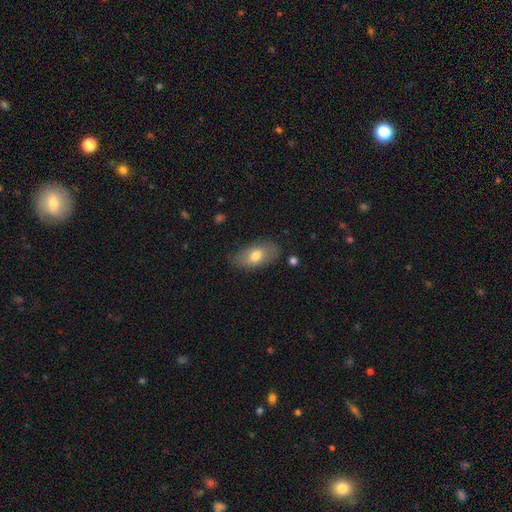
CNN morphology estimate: Smooth or featured: smooth — 70% (featured or disk — 24%)
How rounded: in between — 91% (round — 5%)
Merging: none — 79% (minor disturbance — 16%)